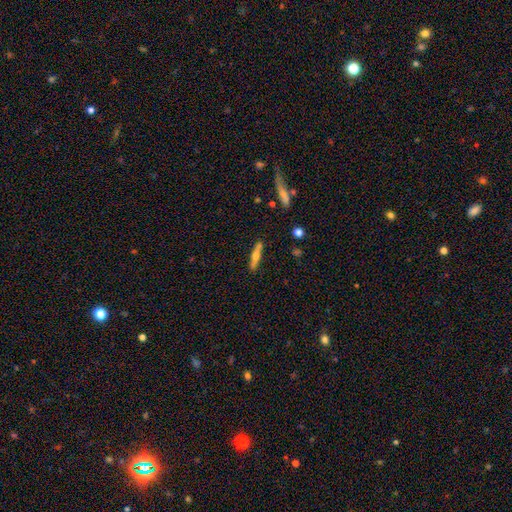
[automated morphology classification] smooth-or-featured: featured or disk: 50% | smooth: 44% | star or artifact: 7%
  merging: none: 79% | minor disturbance: 12% | merger: 7% | major disturbance: 3%